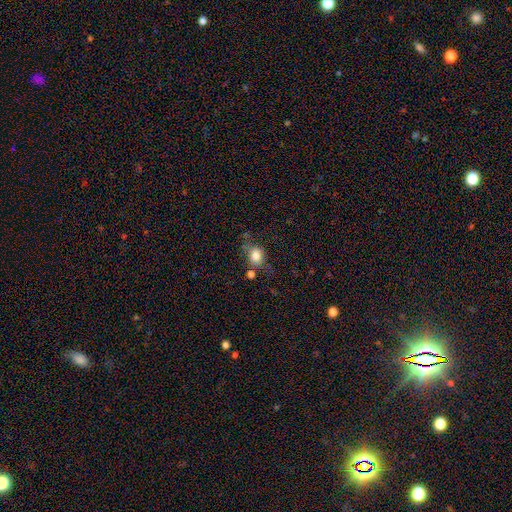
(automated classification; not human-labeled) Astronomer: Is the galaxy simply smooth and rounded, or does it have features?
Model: smooth — 78%.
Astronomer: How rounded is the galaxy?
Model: in between — 50% (runner-up: round, 49%).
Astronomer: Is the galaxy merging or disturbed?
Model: none — 54%.